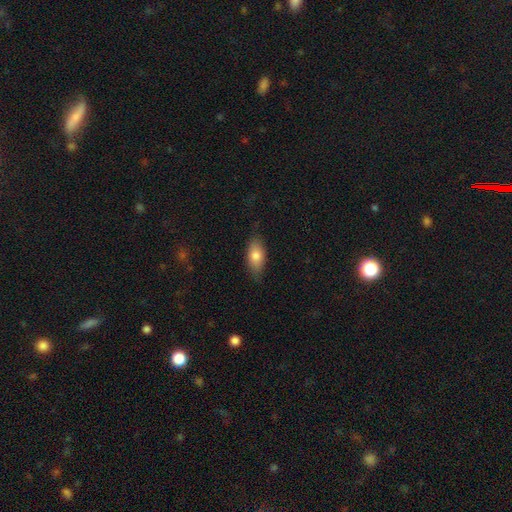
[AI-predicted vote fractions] Smooth or featured: smooth — 77% (featured or disk — 16%)
How rounded: in between — 86% (cigar-shaped — 9%)
Merging: none — 79% (minor disturbance — 17%)